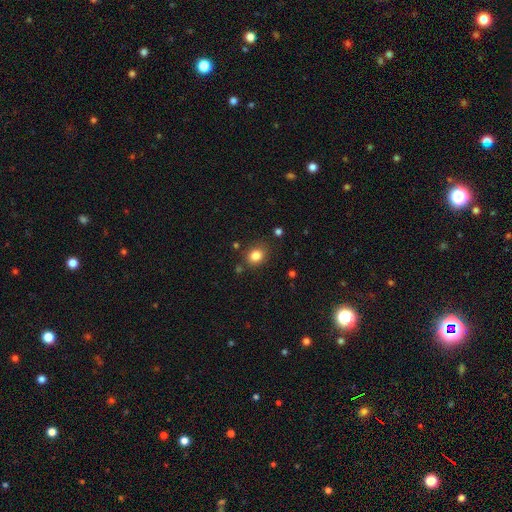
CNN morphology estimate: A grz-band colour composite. It shows a smooth galaxy with no disk features (83%) that is round (56%). Merging: none (80%).